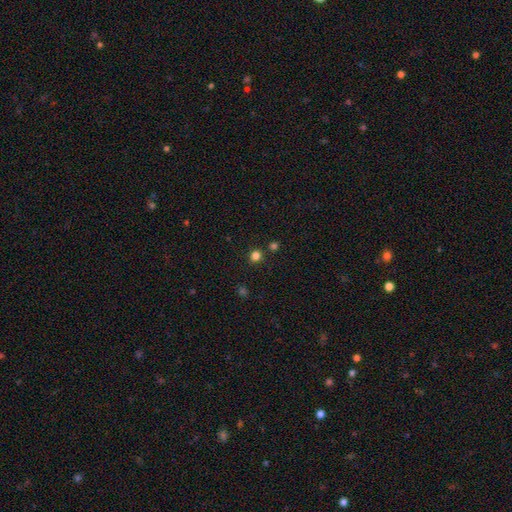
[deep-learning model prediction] smooth_or_featured: smooth (p=0.79) [alt: star or artifact p=0.17]
how_rounded: round (p=0.91) [alt: in between p=0.08]
merging: none (p=0.86) [alt: minor disturbance p=0.06]